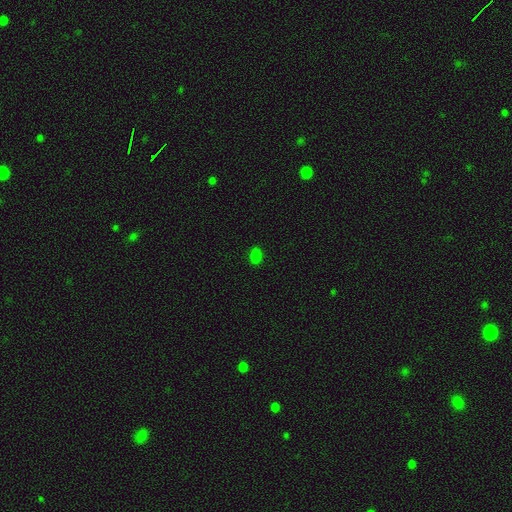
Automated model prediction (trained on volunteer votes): Morphology: type=smooth (81%); roundness=in between (90%); merging=none (88%).